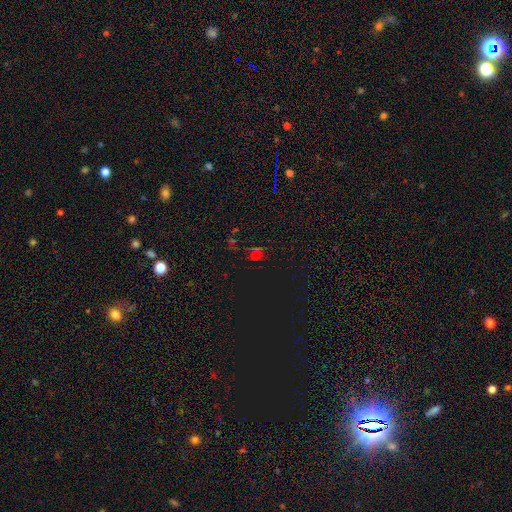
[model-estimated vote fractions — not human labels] A star or artifact, not a galaxy (59%).

Vote fractions:
- Smooth or featured? star or artifact: 59% / smooth: 28% / featured or disk: 13%